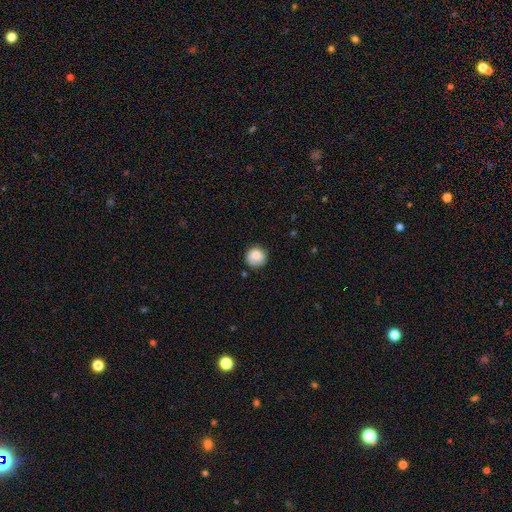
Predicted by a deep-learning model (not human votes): Morphology: type=smooth (82%); roundness=round (91%); merging=none (77%).